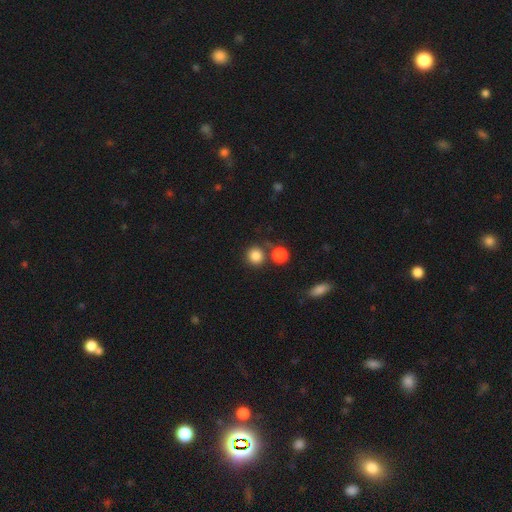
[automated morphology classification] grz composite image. It shows a smooth galaxy with no disk features (84%) that is round (90%). Merging: none (72%).